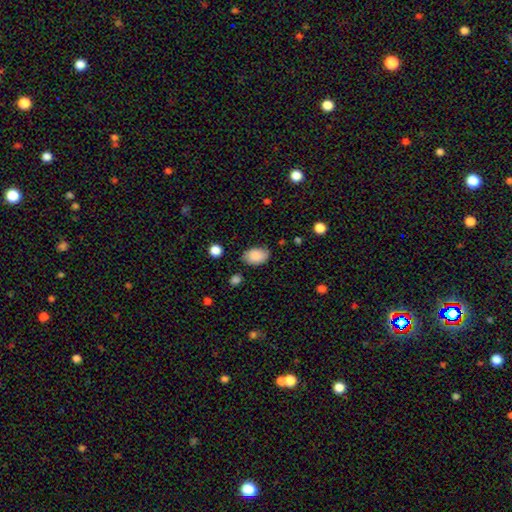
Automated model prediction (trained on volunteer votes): A smooth galaxy with no disk features (87%) that is in between round and cigar-shaped (89%). Merging: none (78%).